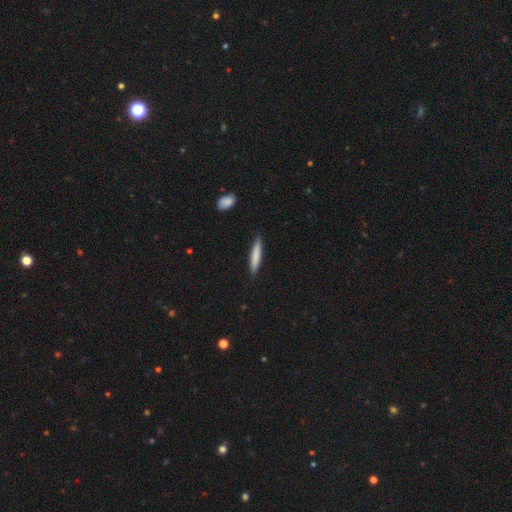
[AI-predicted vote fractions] smooth 77%, featured or disk 18%, star or artifact 5%. Down the decision tree: how rounded — cigar-shaped (91%); merging — none (88%).